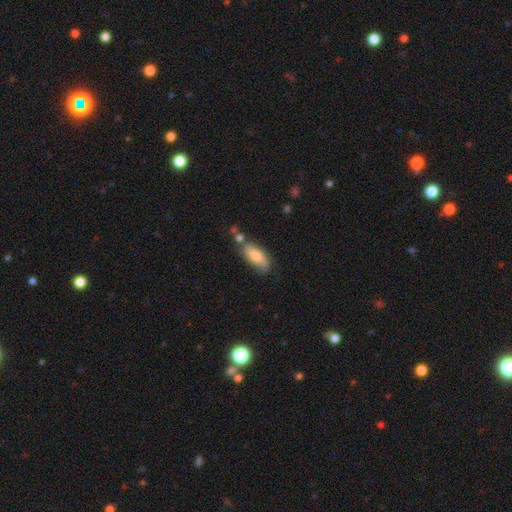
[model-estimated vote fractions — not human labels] Q: Smooth or featured?
A: smooth (76%); runner-up: featured or disk (17%)
Q: How rounded?
A: in between (77%); runner-up: cigar-shaped (21%)
Q: Merging?
A: none (62%); runner-up: minor disturbance (23%)